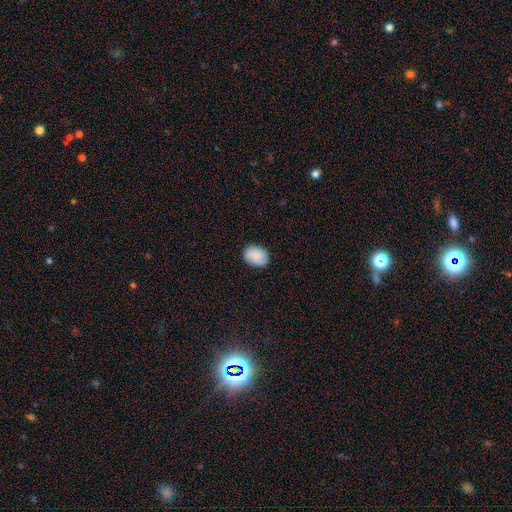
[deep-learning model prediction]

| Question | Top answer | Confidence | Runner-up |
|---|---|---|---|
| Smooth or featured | smooth | 88% | star or artifact (7%) |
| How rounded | in between | 71% | round (28%) |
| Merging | none | 84% | minor disturbance (13%) |